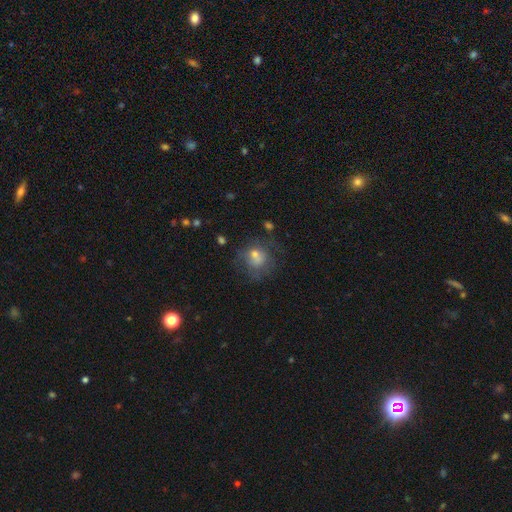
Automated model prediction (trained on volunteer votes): Smooth or featured? smooth (54%)
How rounded? round (71%)
Merging? none (53%)